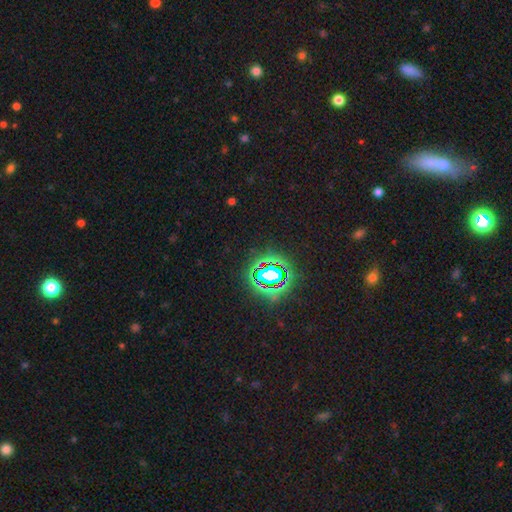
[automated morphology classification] The model was most divided on "smooth or featured": star or artifact: 80%, smooth: 12%, featured or disk: 7%.